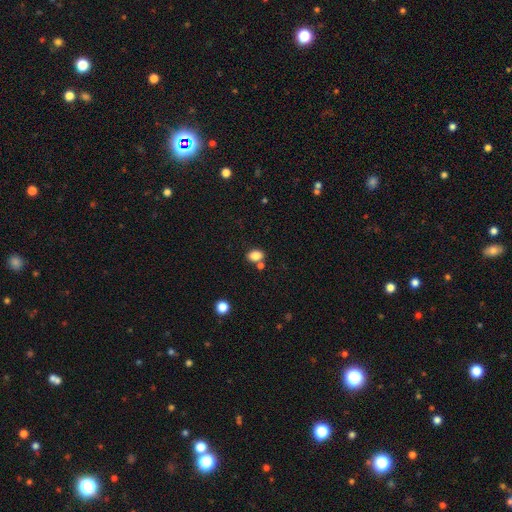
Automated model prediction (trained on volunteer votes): smooth_or_featured: smooth (p=0.84) [alt: star or artifact p=0.10]
how_rounded: in between (p=0.70) [alt: round p=0.29]
merging: none (p=0.67) [alt: merger p=0.18]